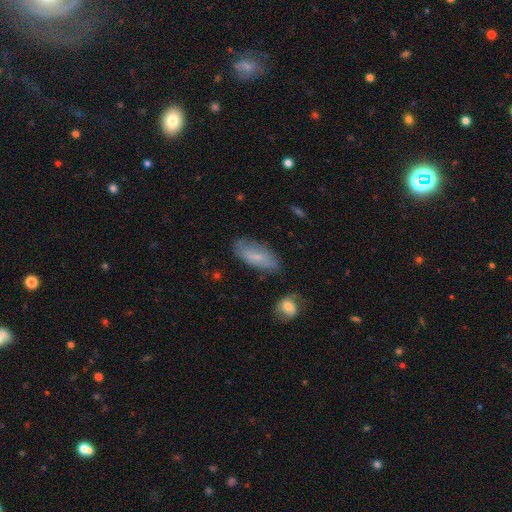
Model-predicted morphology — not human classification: Smooth or featured? Predicted: smooth (p=0.64). How rounded? Predicted: in between (p=0.83). Merging? Predicted: none (p=0.72).